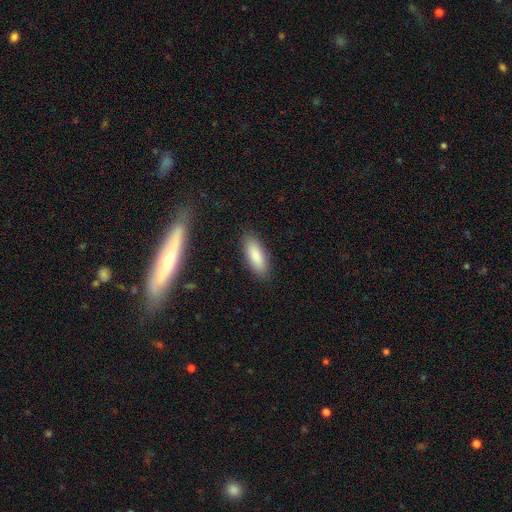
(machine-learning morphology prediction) A smooth galaxy with no disk features (84%) that is in between round and cigar-shaped (73%).

Vote fractions:
- Smooth or featured? smooth: 84% / featured or disk: 9% / star or artifact: 7%
- How rounded? in between: 73% / cigar-shaped: 25% / round: 2%
- Merging? none: 87% / minor disturbance: 10% / major disturbance: 2% / merger: 1%